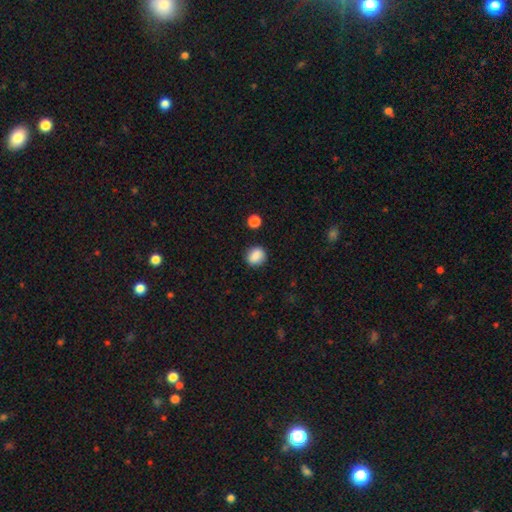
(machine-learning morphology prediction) Smooth or featured?
  - smooth: 87% *
  - star or artifact: 9%
  - featured or disk: 4%
How rounded?
  - round: 68% *
  - in between: 31%
  - cigar-shaped: 1%
Merging?
  - none: 85% *
  - minor disturbance: 10%
  - major disturbance: 3%
  - merger: 2%